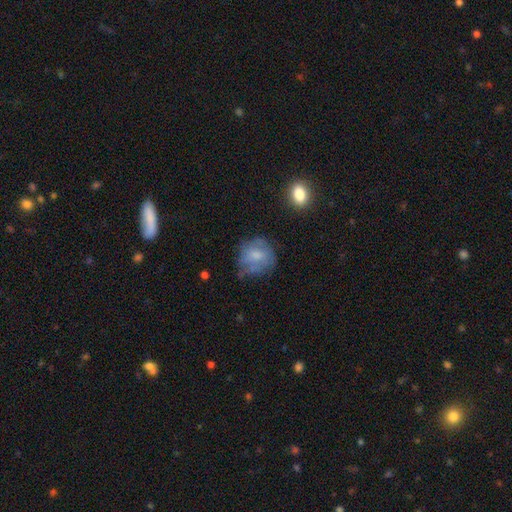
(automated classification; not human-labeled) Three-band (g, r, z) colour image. It shows a smooth galaxy with no disk features (63%) that is round (80%). Merging: none (56%).